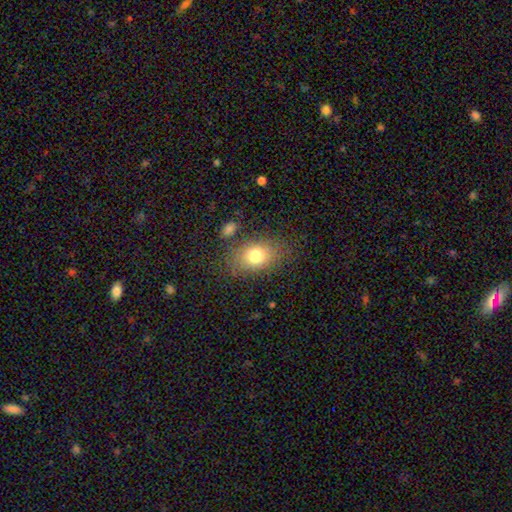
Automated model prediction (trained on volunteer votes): smooth_or_featured: smooth (p=0.76) [alt: featured or disk p=0.14]
how_rounded: in between (p=0.77) [alt: round p=0.22]
merging: none (p=0.77) [alt: minor disturbance p=0.13]